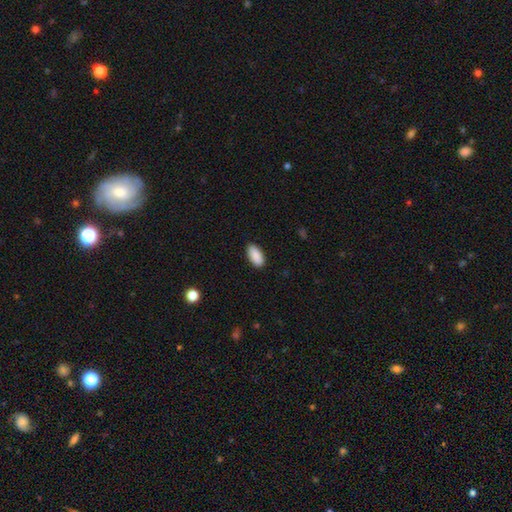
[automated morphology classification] A smooth galaxy with no disk features (91%) that is in between round and cigar-shaped (93%).

Vote fractions:
- Smooth or featured? smooth: 91% / star or artifact: 6% / featured or disk: 3%
- How rounded? in between: 93% / cigar-shaped: 5% / round: 2%
- Merging? none: 89% / minor disturbance: 8% / major disturbance: 2% / merger: 1%